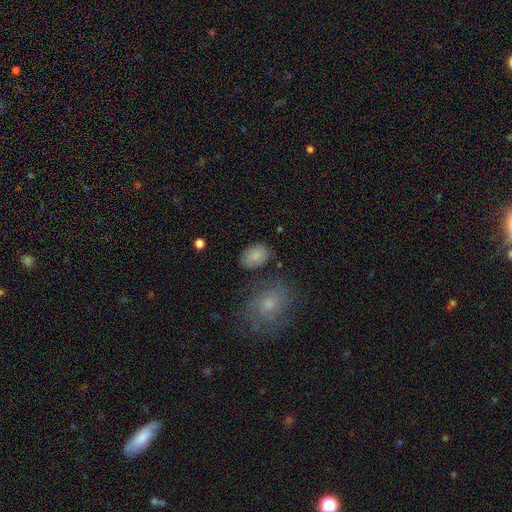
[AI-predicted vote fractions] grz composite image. It shows a smooth galaxy with no disk features (82%) that is in between round and cigar-shaped (83%). Merging: none (74%).